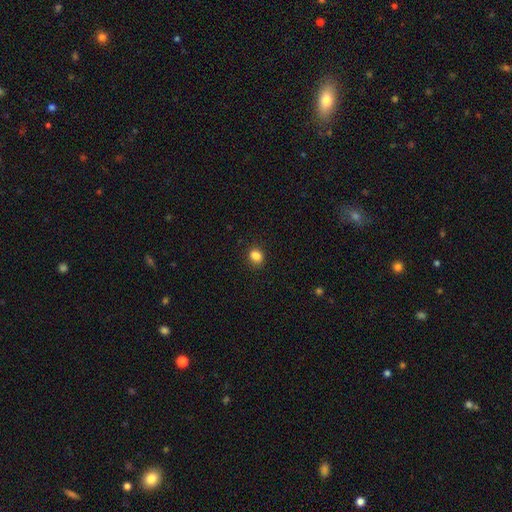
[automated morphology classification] smooth_or_featured: smooth (p=0.84) [alt: star or artifact p=0.11]
how_rounded: round (p=0.53) [alt: in between p=0.46]
merging: none (p=0.79) [alt: minor disturbance p=0.13]